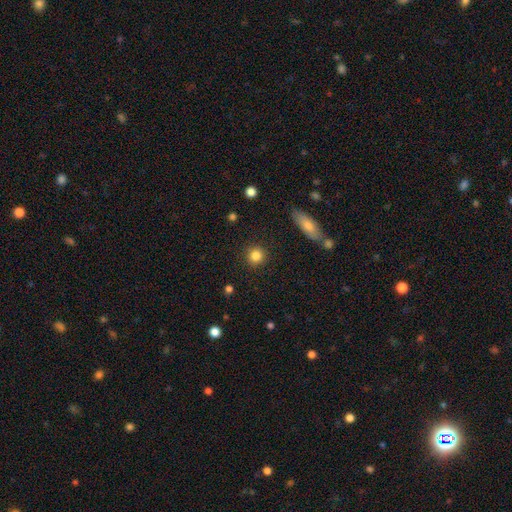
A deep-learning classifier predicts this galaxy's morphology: Smooth or featured: smooth — 85% (star or artifact — 10%)
How rounded: round — 91% (in between — 7%)
Merging: none — 90% (minor disturbance — 6%)